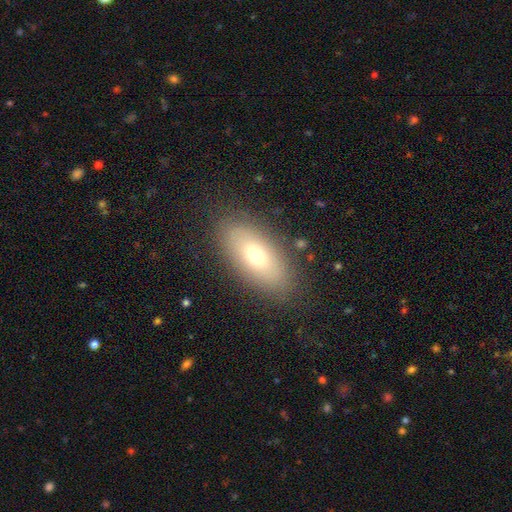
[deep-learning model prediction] Smooth or featured? smooth (67%)
How rounded? in between (87%)
Merging? none (84%)